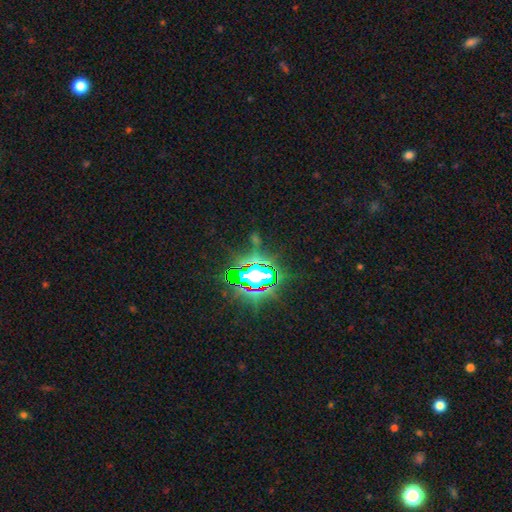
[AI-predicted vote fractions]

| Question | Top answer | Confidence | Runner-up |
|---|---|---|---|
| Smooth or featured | star or artifact | 82% | smooth (11%) |